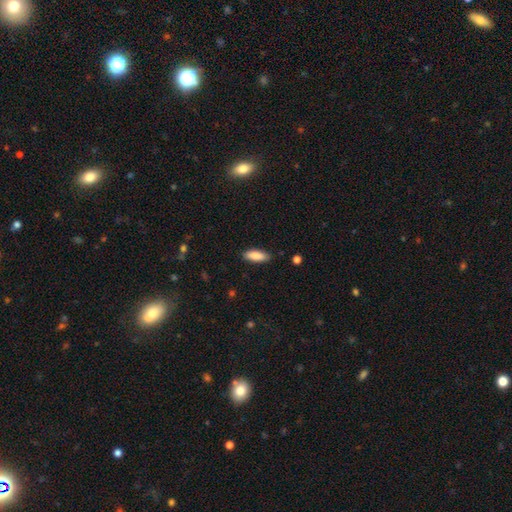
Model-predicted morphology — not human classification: smooth 86%, featured or disk 8%, star or artifact 6%. Down the decision tree: how rounded — in between (69%); merging — none (87%).